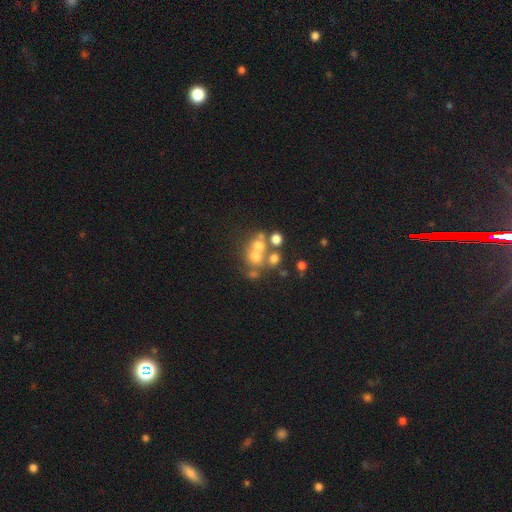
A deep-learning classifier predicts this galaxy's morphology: This appears to be a smooth galaxy with no disk features (50%) that is round (79%). Merging: merger (44%).